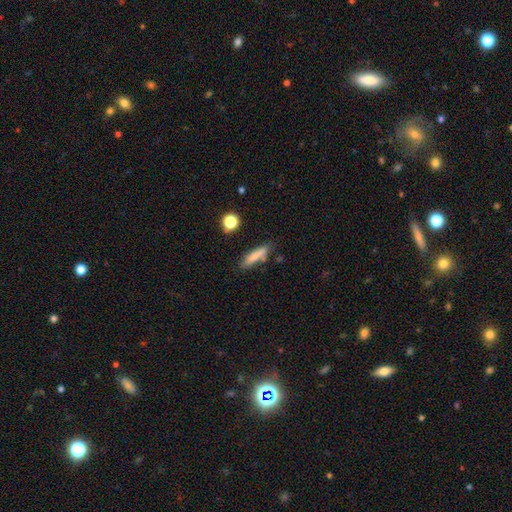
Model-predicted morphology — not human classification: smooth-or-featured: smooth: 75% | featured or disk: 17% | star or artifact: 9%
  how-rounded: cigar-shaped: 75% | in between: 22% | round: 3%
  merging: none: 68% | minor disturbance: 18% | merger: 10% | major disturbance: 5%